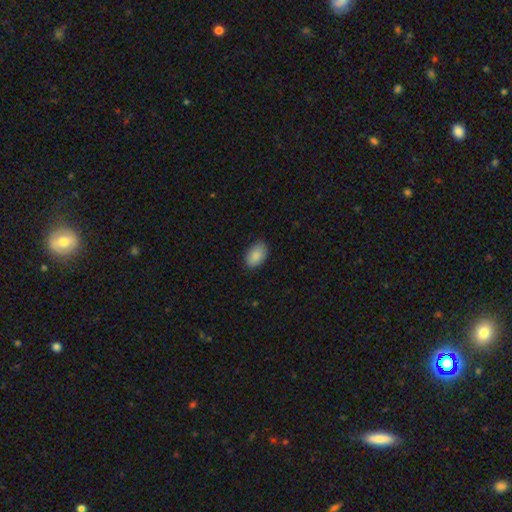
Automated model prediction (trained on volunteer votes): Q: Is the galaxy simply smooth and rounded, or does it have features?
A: smooth — 89%.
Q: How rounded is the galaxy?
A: in between — 91%.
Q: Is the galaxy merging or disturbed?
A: none — 85%.